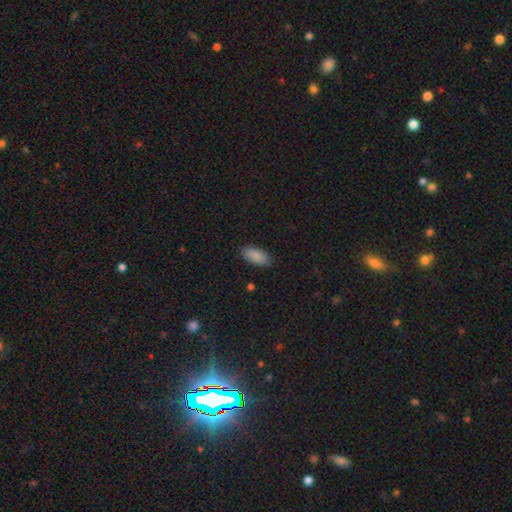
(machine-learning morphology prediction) A smooth galaxy with no disk features (88%) that is in between round and cigar-shaped (91%). Merging: none (86%).